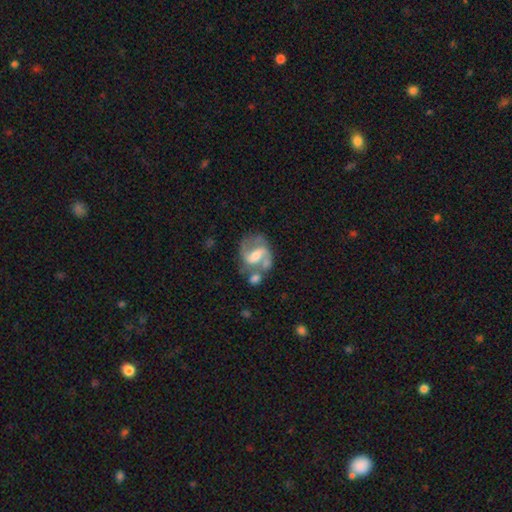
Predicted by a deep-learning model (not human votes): A featured or disk galaxy (82%) with a weak bar (48%), 2 (88%) medium (55%) spiral arms (93%) and a moderate central bulge (56%).

Vote fractions:
- Smooth or featured? featured or disk: 82% / smooth: 12% / star or artifact: 6%
- Edge-on disk? no: 98% / yes: 2%
- Bar? weak: 48% / strong: 31% / no: 21%
- Spiral arms? yes: 93% / no: 7%
- Spiral winding? medium: 55% / loose: 30% / tight: 15%
- Spiral arm count? 2: 88% / can't tell: 5% / 3: 3% / 1: 3% / 4: 1% / more than 4: 1%
- Bulge size? moderate: 56% / small: 29% / large: 9% / none: 5% / dominant: 1%
- Merging? none: 47% / merger: 25% / minor disturbance: 17% / major disturbance: 11%